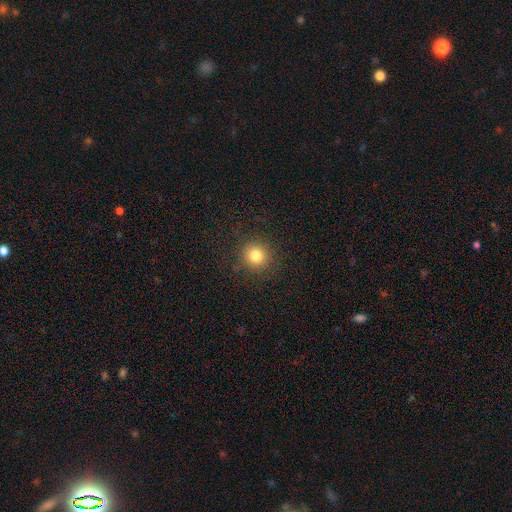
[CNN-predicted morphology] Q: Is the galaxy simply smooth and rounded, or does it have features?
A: smooth — 81%.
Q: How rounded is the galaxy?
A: round — 93%.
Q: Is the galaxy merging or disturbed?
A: none — 89%.